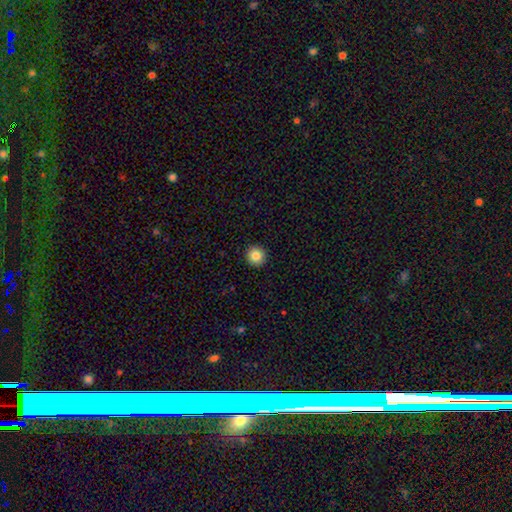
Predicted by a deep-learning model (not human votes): A smooth galaxy with no disk features (85%) that is round (93%). Merging: none (93%).